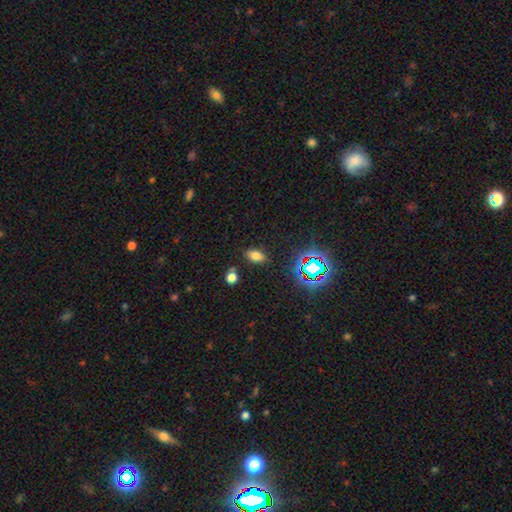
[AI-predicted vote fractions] This is likely a smooth galaxy (71%). How rounded: clearly in between (88%). Merging: clearly none (83%).